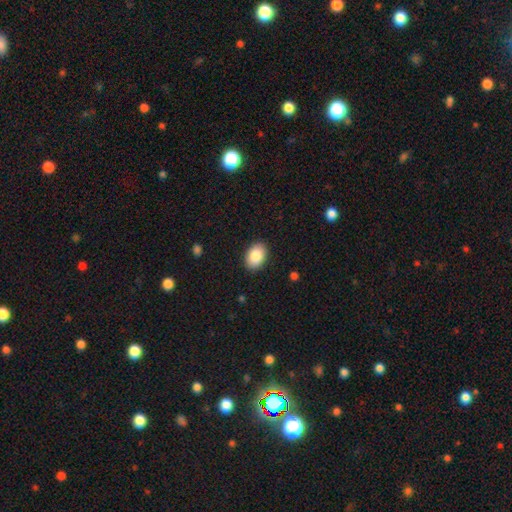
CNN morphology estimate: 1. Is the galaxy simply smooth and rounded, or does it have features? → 88% smooth, 7% star or artifact, 6% featured or disk.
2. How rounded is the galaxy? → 84% in between, 15% round, 1% cigar-shaped.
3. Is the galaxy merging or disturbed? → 90% none, 8% minor disturbance, 2% major disturbance, 1% merger.